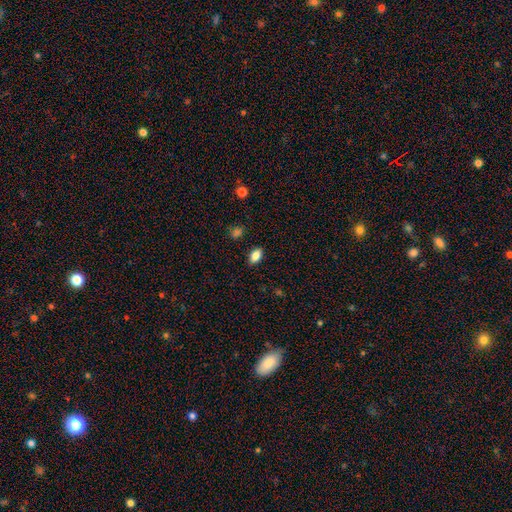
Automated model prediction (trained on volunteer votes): Smooth or featured?
  - smooth: 85% *
  - star or artifact: 9%
  - featured or disk: 6%
How rounded?
  - in between: 89% *
  - round: 9%
  - cigar-shaped: 3%
Merging?
  - none: 88% *
  - minor disturbance: 9%
  - major disturbance: 2%
  - merger: 1%